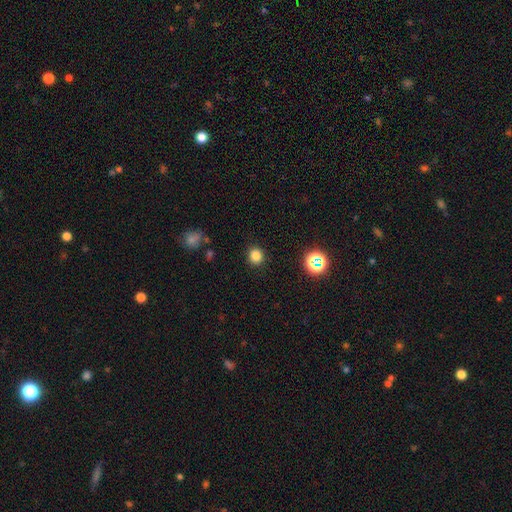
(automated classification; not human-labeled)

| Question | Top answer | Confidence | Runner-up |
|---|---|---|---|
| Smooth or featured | smooth | 81% | star or artifact (15%) |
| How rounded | round | 85% | in between (14%) |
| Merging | none | 89% | minor disturbance (7%) |